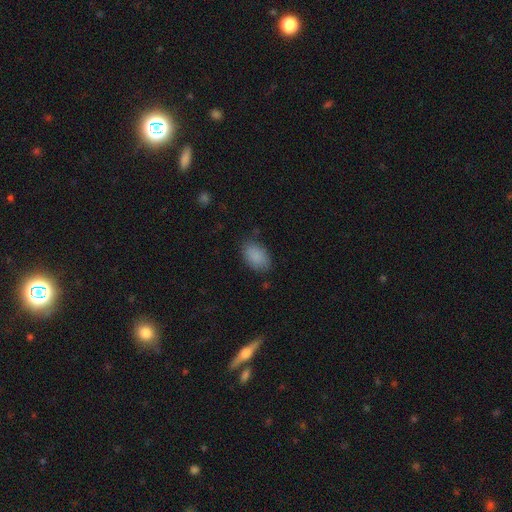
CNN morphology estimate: Smooth or featured: smooth — 88% (star or artifact — 7%)
How rounded: in between — 90% (round — 8%)
Merging: none — 78% (minor disturbance — 17%)